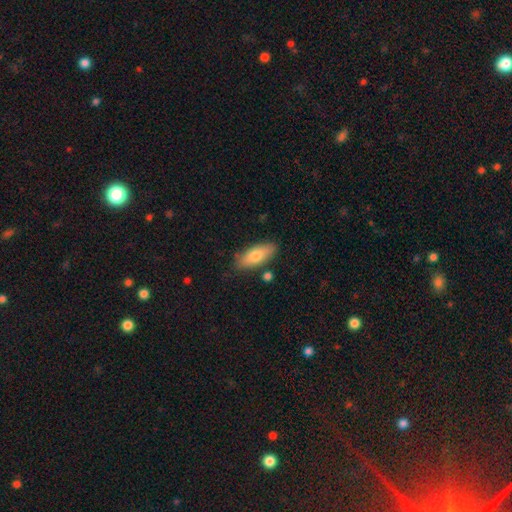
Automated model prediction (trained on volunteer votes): Morphology: type=smooth (74%); roundness=in between (76%); merging=none (82%).